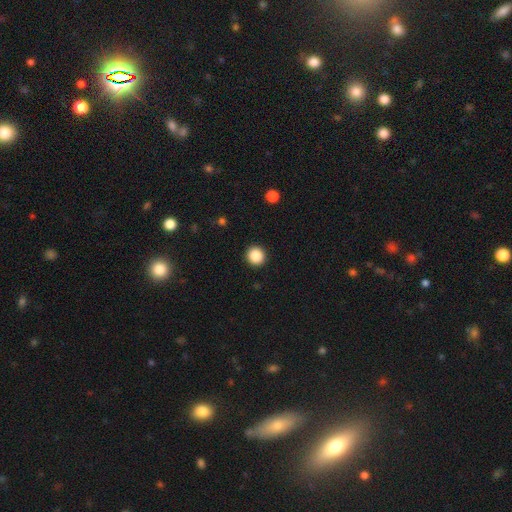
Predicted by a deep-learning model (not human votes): Smooth or featured?
  - smooth: 87% *
  - star or artifact: 9%
  - featured or disk: 3%
How rounded?
  - round: 94% *
  - in between: 5%
  - cigar-shaped: 1%
Merging?
  - none: 93% *
  - minor disturbance: 5%
  - major disturbance: 2%
  - merger: 1%